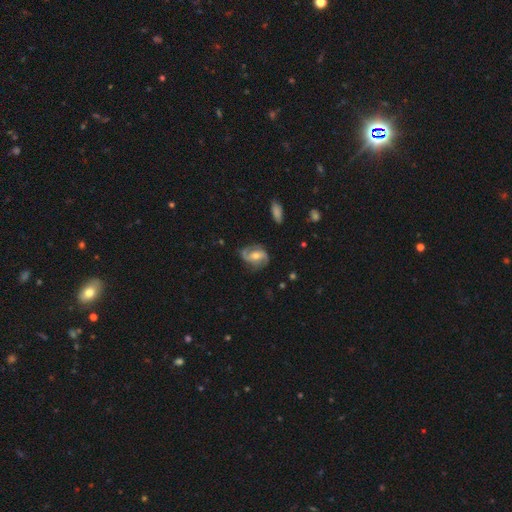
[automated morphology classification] A featured or disk galaxy (80%) with a weak bar (41%), 2 (82%) medium (46%) spiral arms (94%) and a moderate central bulge (60%).

Vote fractions:
- Smooth or featured? featured or disk: 80% / smooth: 14% / star or artifact: 6%
- Edge-on disk? no: 97% / yes: 3%
- Bar? weak: 41% / no: 38% / strong: 21%
- Spiral arms? yes: 94% / no: 6%
- Spiral winding? medium: 46% / loose: 32% / tight: 23%
- Spiral arm count? 2: 82% / can't tell: 6% / 3: 5% / 1: 3% / 4: 1% / more than 4: 1%
- Bulge size? moderate: 60% / small: 34% / large: 3% / none: 1% / dominant: 1%
- Merging? none: 73% / minor disturbance: 18% / major disturbance: 7% / merger: 2%